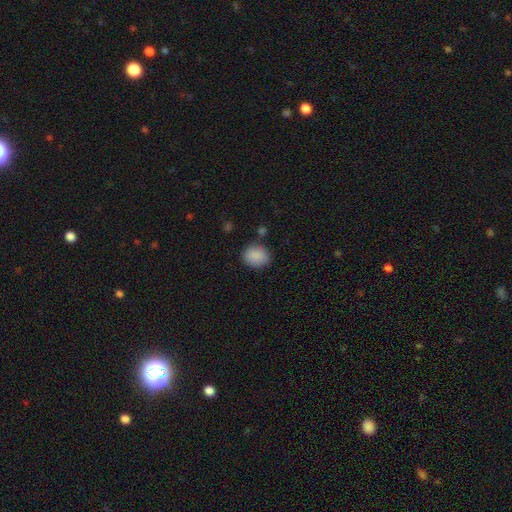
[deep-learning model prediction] Overall: smooth (88%). How rounded: round (62%; in between 37%). Merging: none (79%).